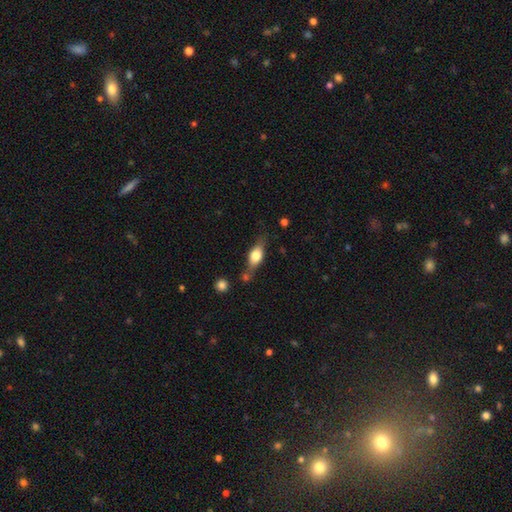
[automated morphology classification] This is likely a smooth galaxy (61%). How rounded: likely in between (70%). Merging: possibly none (60%).